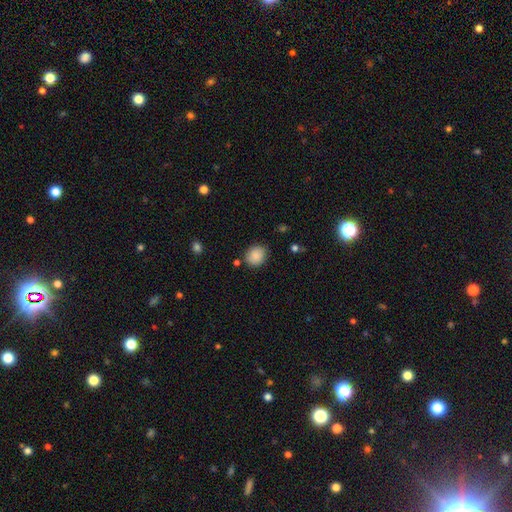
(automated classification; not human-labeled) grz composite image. It shows a smooth galaxy with no disk features (87%) that is round (68%). Merging: none (81%).